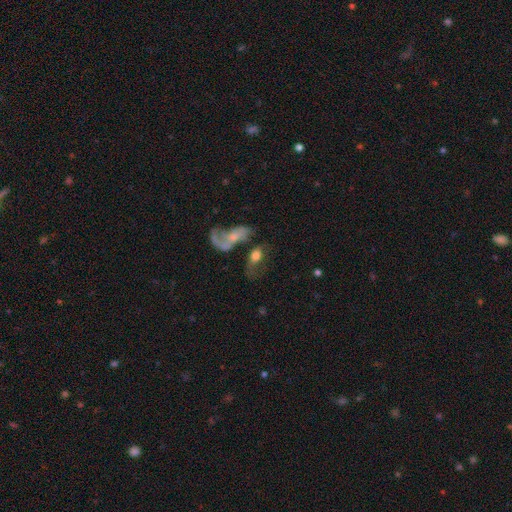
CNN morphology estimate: A smooth galaxy with no disk features (55%) that is in between round and cigar-shaped (85%). Merging: merger (40%).